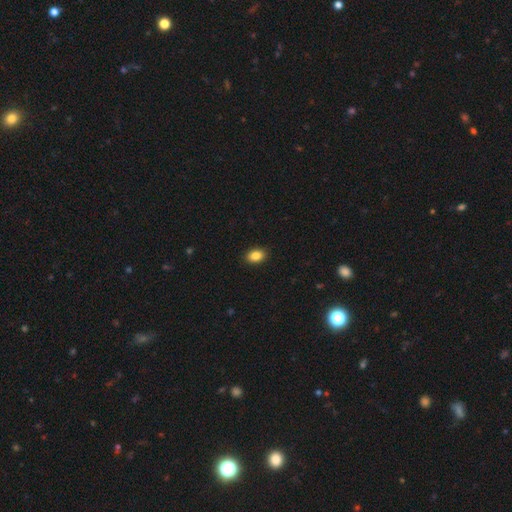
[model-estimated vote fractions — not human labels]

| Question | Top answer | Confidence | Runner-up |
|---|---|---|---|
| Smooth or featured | smooth | 87% | star or artifact (9%) |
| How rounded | in between | 82% | round (17%) |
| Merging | none | 90% | minor disturbance (7%) |